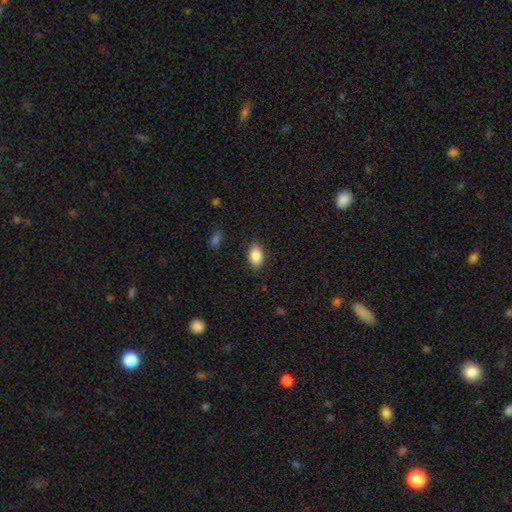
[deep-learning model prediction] Smooth or featured? smooth (87%)
How rounded? in between (86%)
Merging? none (86%)